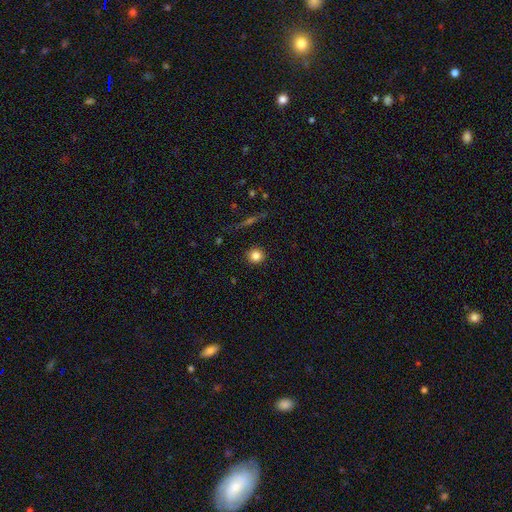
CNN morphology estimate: The model was most divided on "smooth or featured": smooth: 82%, star or artifact: 11%, featured or disk: 7%. More confident: how rounded — round (93%); merging — none (91%).